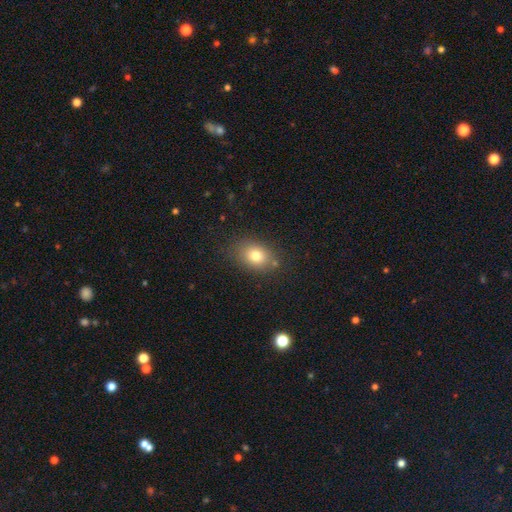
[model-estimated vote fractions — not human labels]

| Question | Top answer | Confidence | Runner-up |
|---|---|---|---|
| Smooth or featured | smooth | 78% | star or artifact (11%) |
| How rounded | in between | 65% | round (34%) |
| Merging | none | 79% | minor disturbance (13%) |